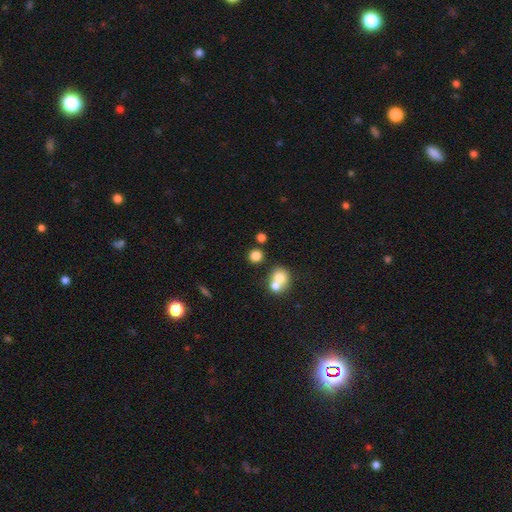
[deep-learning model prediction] Smooth or featured?
  - smooth: 78% *
  - star or artifact: 13%
  - featured or disk: 8%
How rounded?
  - round: 85% *
  - in between: 13%
  - cigar-shaped: 1%
Merging?
  - none: 65% *
  - merger: 24%
  - minor disturbance: 8%
  - major disturbance: 3%